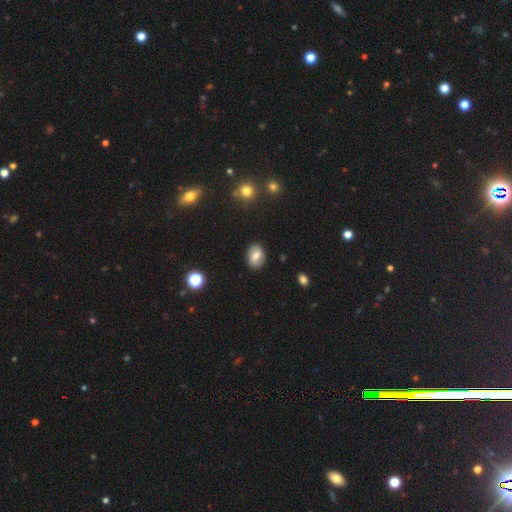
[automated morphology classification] smooth 74%, featured or disk 18%, star or artifact 9%. Down the decision tree: how rounded — in between (74%); merging — none (86%).